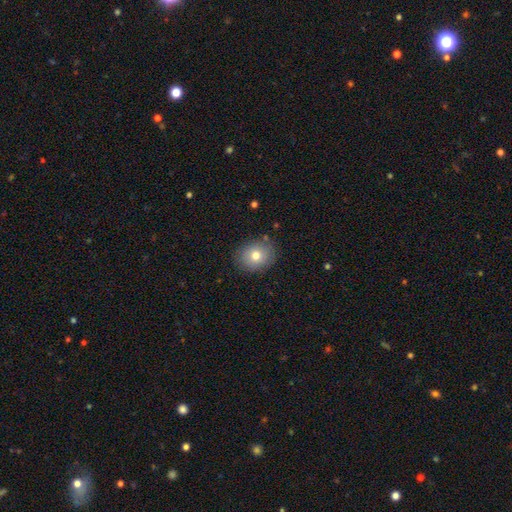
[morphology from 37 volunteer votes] type=smooth (76%); roundness=round (54%); merging=none (72%).